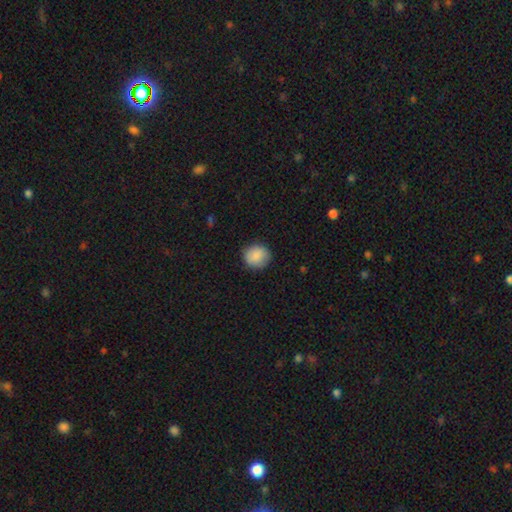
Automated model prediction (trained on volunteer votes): Morphology: type=smooth (87%); roundness=round (84%); merging=none (85%).